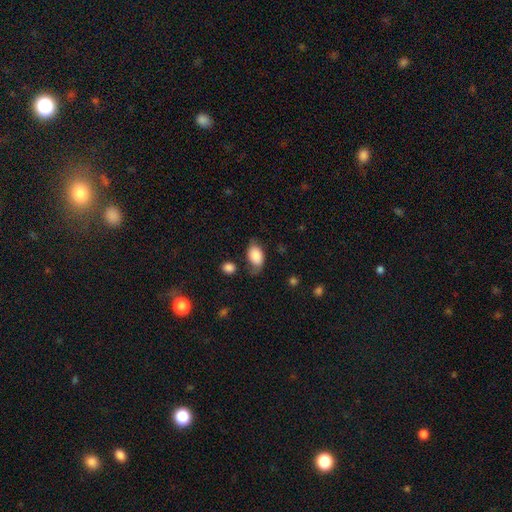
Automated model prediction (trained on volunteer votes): Morphology: type=smooth (81%); roundness=in between (91%); merging=none (59%).